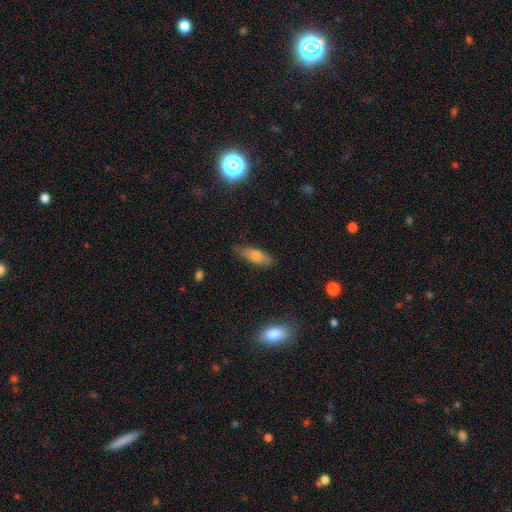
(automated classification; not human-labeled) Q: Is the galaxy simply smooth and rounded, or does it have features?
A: smooth — 76%.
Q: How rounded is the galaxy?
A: in between — 56%.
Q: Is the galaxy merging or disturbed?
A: none — 77%.